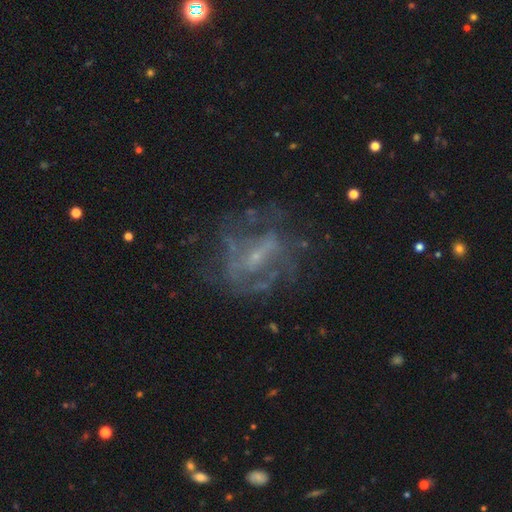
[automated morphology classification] featured or disk 73%, star or artifact 14%, smooth 13%. Down the decision tree: edge-on disk — no (95%); bar — weak (42%); spiral arms — yes (61%); bulge size — small (69%); merging — none (61%).